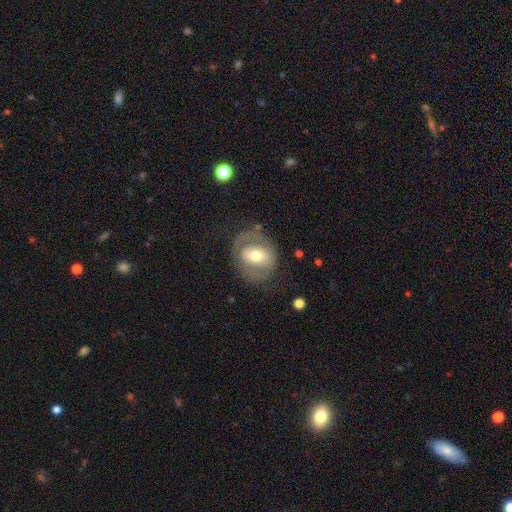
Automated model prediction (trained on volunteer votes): Q: Smooth or featured?
A: featured or disk (54%); runner-up: smooth (39%)
Q: Edge-on disk?
A: no (94%); runner-up: yes (6%)
Q: Bar?
A: no (36%); runner-up: weak (35%)
Q: Spiral arms?
A: no (63%); runner-up: yes (37%)
Q: Bulge size?
A: moderate (68%); runner-up: small (19%)
Q: Merging?
A: none (66%); runner-up: minor disturbance (18%)